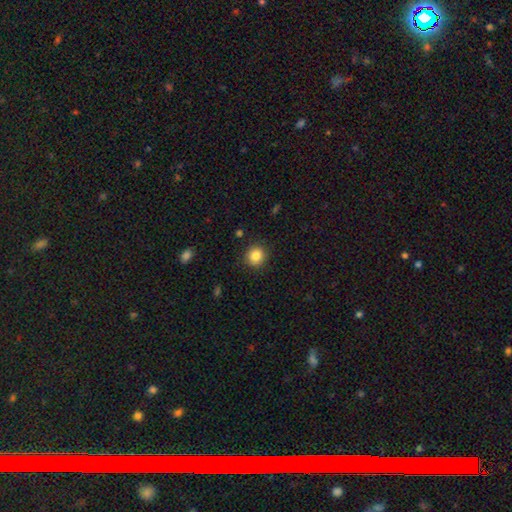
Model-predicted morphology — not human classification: Q: Smooth or featured?
A: smooth (85%); runner-up: star or artifact (10%)
Q: How rounded?
A: round (89%); runner-up: in between (10%)
Q: Merging?
A: none (90%); runner-up: minor disturbance (7%)